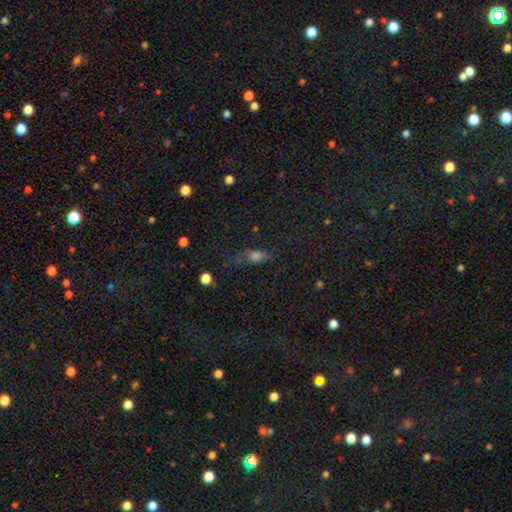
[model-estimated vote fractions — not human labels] Smooth or featured: smooth — 61% (star or artifact — 21%)
How rounded: in between — 61% (cigar-shaped — 26%)
Merging: none — 60% (minor disturbance — 24%)